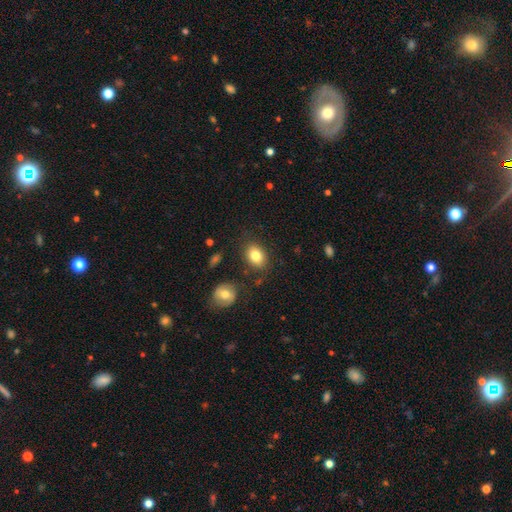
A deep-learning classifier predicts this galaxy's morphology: smooth-or-featured: smooth: 82% | featured or disk: 9% | star or artifact: 9%
  how-rounded: in between: 70% | round: 29% | cigar-shaped: 1%
  merging: none: 80% | minor disturbance: 12% | merger: 4% | major disturbance: 4%